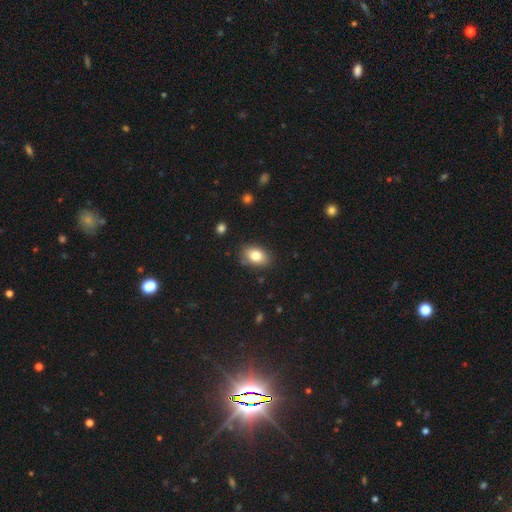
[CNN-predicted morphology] Smooth or featured? smooth (81%)
How rounded? in between (84%)
Merging? none (81%)